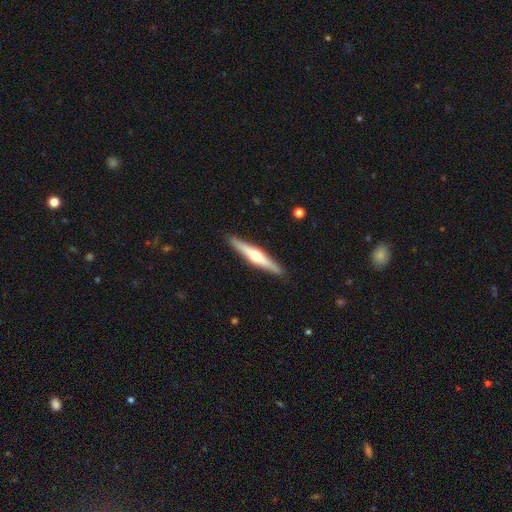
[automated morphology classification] This is likely a featured or disk galaxy (62%). It is clearly viewed edge-on (97%). Edge-on bulge: clearly rounded (85%). Merging: clearly none (91%).